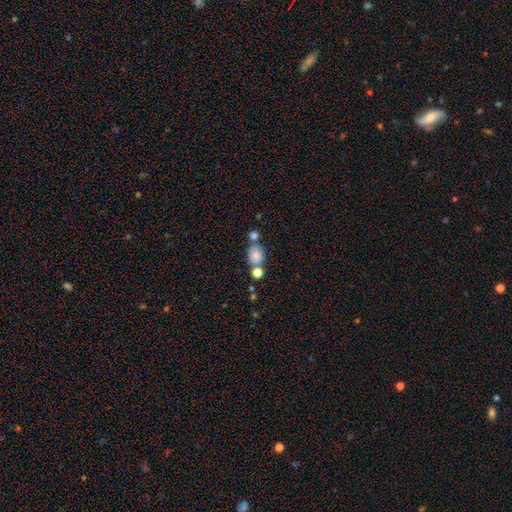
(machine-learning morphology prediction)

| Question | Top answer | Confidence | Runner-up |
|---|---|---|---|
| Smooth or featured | smooth | 81% | star or artifact (10%) |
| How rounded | in between | 57% | round (41%) |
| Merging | none | 56% | merger (26%) |